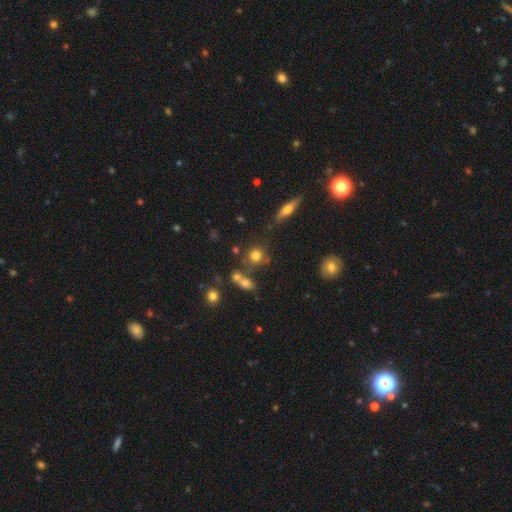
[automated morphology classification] This appears to be a smooth galaxy with no disk features (73%) that is round (83%). Merging: none (67%).